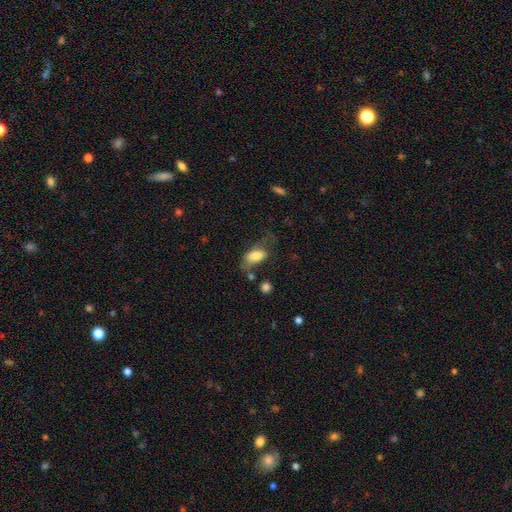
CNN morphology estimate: Smooth or featured? smooth (75%)
How rounded? in between (90%)
Merging? none (38%)